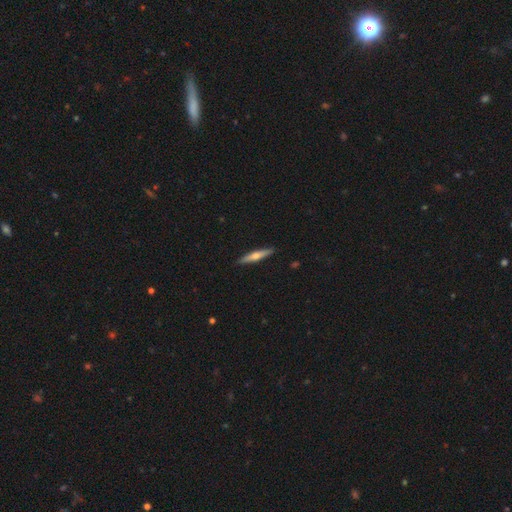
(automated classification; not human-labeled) Overall: featured or disk (48%; smooth 47%). Merging: none (90%).